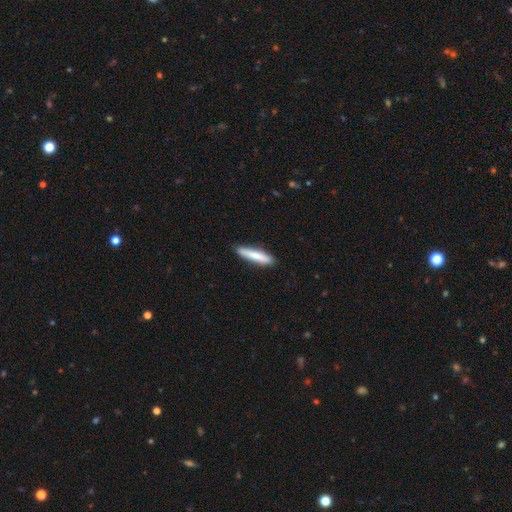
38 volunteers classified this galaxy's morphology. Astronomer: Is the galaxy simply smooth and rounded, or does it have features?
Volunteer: smooth — 87%.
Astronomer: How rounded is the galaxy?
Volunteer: cigar-shaped — 82%.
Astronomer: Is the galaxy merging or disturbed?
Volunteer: none — 97%.